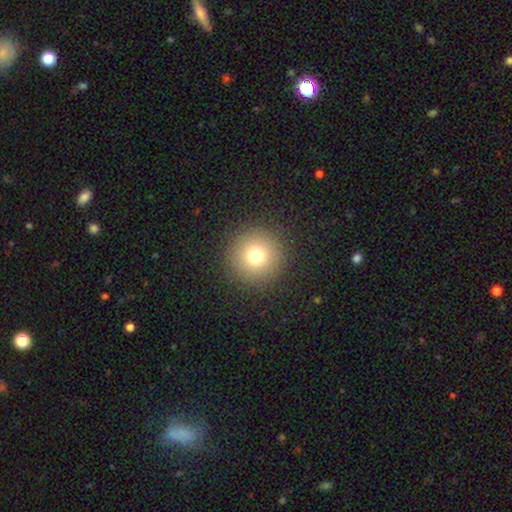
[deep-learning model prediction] A smooth galaxy with no disk features (76%) that is round (96%).

Vote fractions:
- Smooth or featured? smooth: 76% / star or artifact: 15% / featured or disk: 10%
- How rounded? round: 96% / in between: 3% / cigar-shaped: 1%
- Merging? none: 91% / minor disturbance: 5% / major disturbance: 3% / merger: 1%